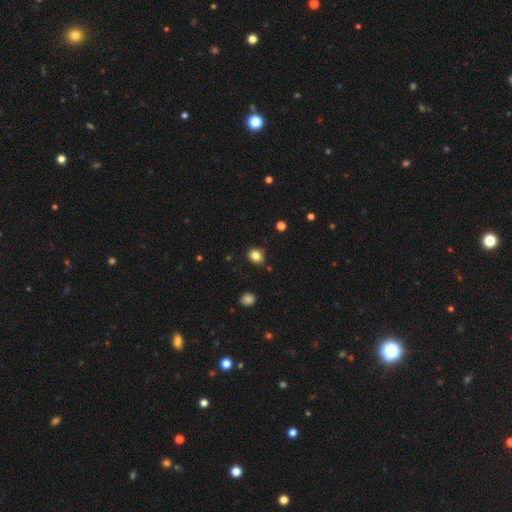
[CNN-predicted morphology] Overall: smooth (83%). How rounded: round (62%; in between 37%). Merging: none (85%).